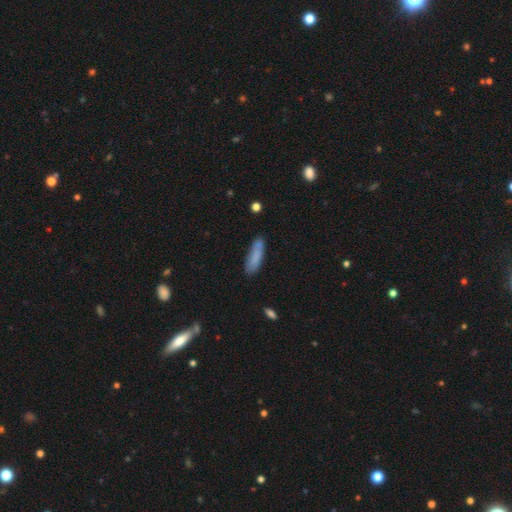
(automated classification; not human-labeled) smooth 79%, featured or disk 13%, star or artifact 7%. Down the decision tree: how rounded — cigar-shaped (67%); merging — none (72%).